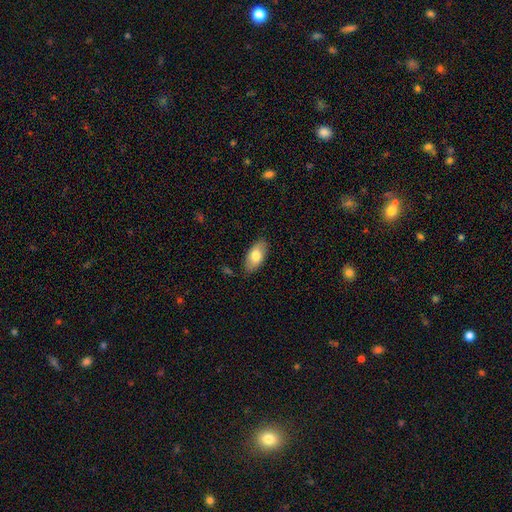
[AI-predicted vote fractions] This appears to be a smooth galaxy with no disk features (76%) that is in between round and cigar-shaped (92%). Merging: none (83%).